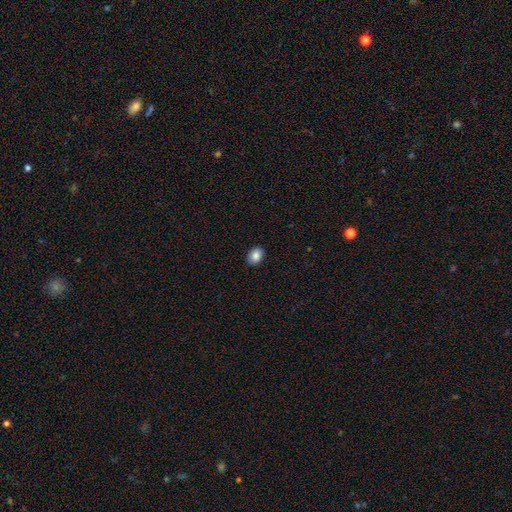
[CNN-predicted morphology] smooth-or-featured: smooth: 86% | star or artifact: 8% | featured or disk: 6%
  how-rounded: in between: 71% | round: 28% | cigar-shaped: 1%
  merging: none: 89% | minor disturbance: 8% | major disturbance: 2% | merger: 1%